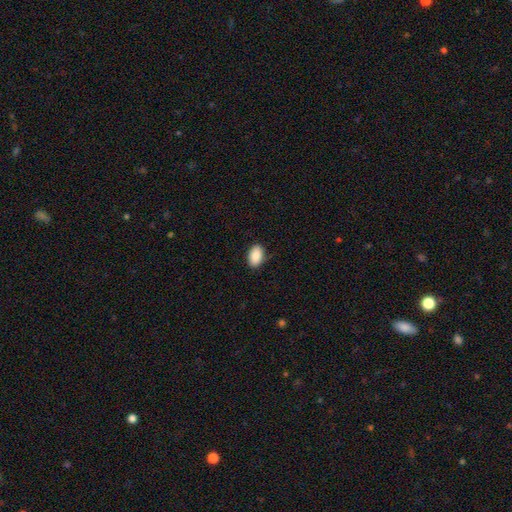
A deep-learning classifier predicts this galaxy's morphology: Smooth or featured: smooth — 90% (star or artifact — 7%)
How rounded: in between — 92% (round — 7%)
Merging: none — 87% (minor disturbance — 10%)